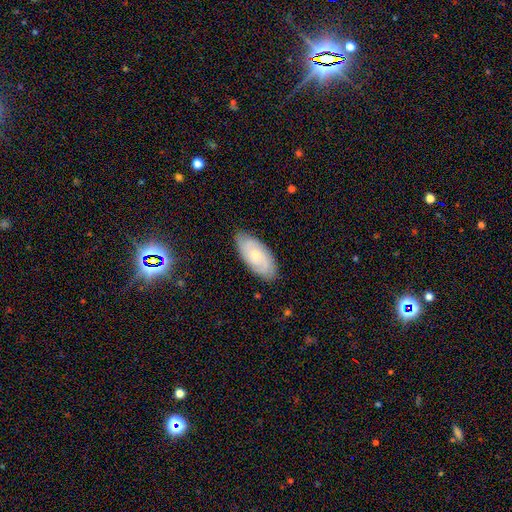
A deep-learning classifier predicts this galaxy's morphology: A featured or disk galaxy (63%) with no bar (71%), 2 (37%) tight (59%) spiral arms (92%) and a small central bulge (66%).

Vote fractions:
- Smooth or featured? featured or disk: 63% / smooth: 30% / star or artifact: 7%
- Edge-on disk? no: 93% / yes: 7%
- Bar? no: 71% / weak: 25% / strong: 3%
- Spiral arms? yes: 92% / no: 8%
- Spiral winding? tight: 59% / medium: 32% / loose: 9%
- Spiral arm count? 2: 37% / can't tell: 33% / 3: 18% / 4: 5% / 1: 3% / more than 4: 3%
- Bulge size? small: 66% / moderate: 27% / none: 4% / large: 2% / dominant: 1%
- Merging? none: 83% / minor disturbance: 14% / major disturbance: 3% / merger: 1%